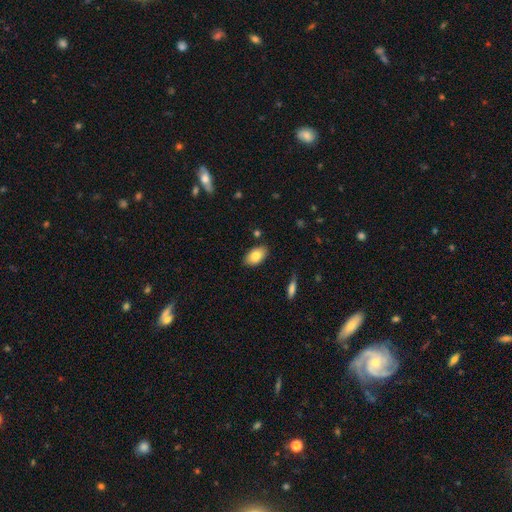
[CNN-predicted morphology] The model was most divided on "smooth or featured": smooth: 80%, featured or disk: 13%, star or artifact: 7%. More confident: how rounded — in between (93%); merging — none (84%).